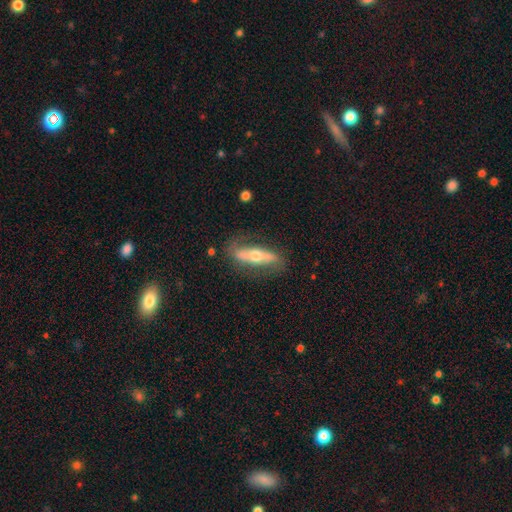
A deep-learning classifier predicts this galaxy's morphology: Smooth or featured?
  - featured or disk: 67% *
  - smooth: 27%
  - star or artifact: 6%
Edge-on disk?
  - no: 51% *
  - yes: 49%
Merging?
  - none: 74% *
  - minor disturbance: 16%
  - major disturbance: 7%
  - merger: 2%